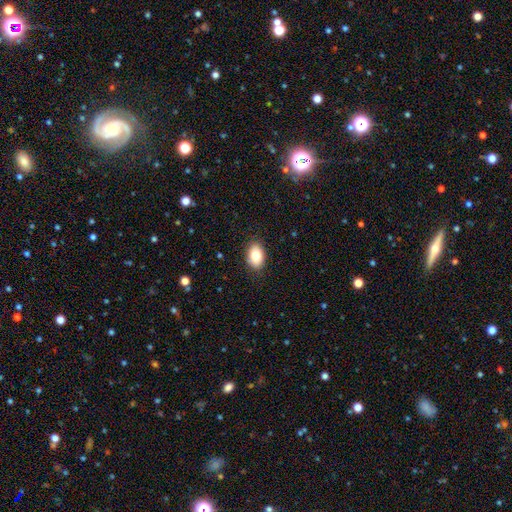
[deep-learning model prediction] A smooth galaxy with no disk features (83%) that is in between round and cigar-shaped (87%).

Vote fractions:
- Smooth or featured? smooth: 83% / featured or disk: 10% / star or artifact: 8%
- How rounded? in between: 87% / round: 12% / cigar-shaped: 1%
- Merging? none: 87% / minor disturbance: 10% / major disturbance: 2% / merger: 1%